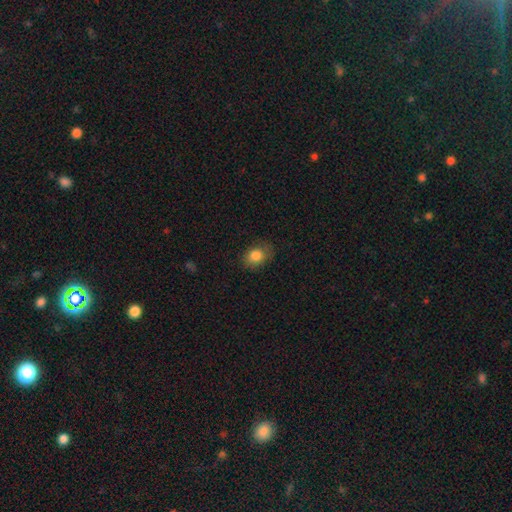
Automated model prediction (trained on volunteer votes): Morphology: type=smooth (84%); roundness=in between (59%); merging=none (74%).